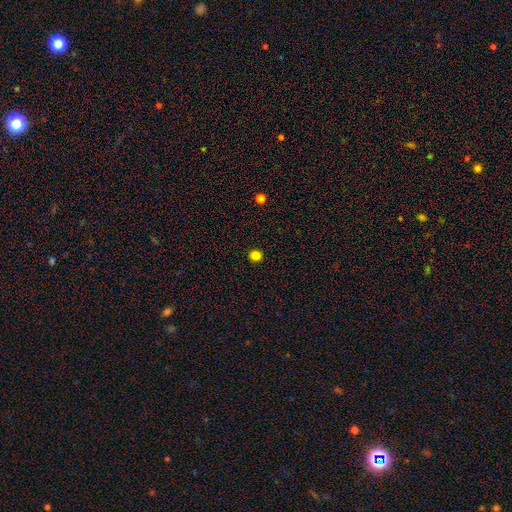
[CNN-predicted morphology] A smooth galaxy with no disk features (83%) that is round (93%).

Vote fractions:
- Smooth or featured? smooth: 83% / star or artifact: 13% / featured or disk: 3%
- How rounded? round: 93% / in between: 6% / cigar-shaped: 1%
- Merging? none: 93% / minor disturbance: 4% / major disturbance: 2% / merger: 1%